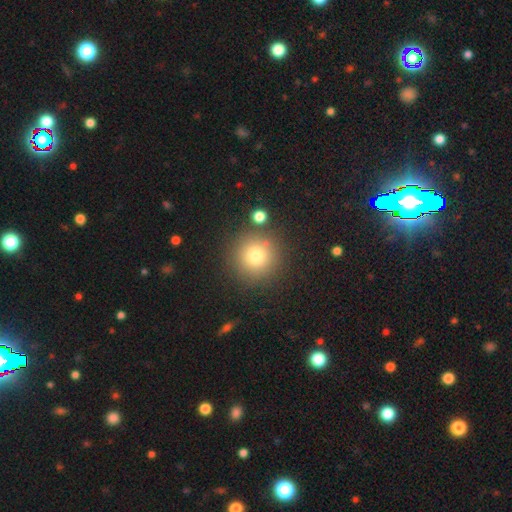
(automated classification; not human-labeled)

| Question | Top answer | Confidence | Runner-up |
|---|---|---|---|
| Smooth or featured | smooth | 76% | star or artifact (14%) |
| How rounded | round | 95% | in between (4%) |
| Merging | none | 84% | minor disturbance (8%) |